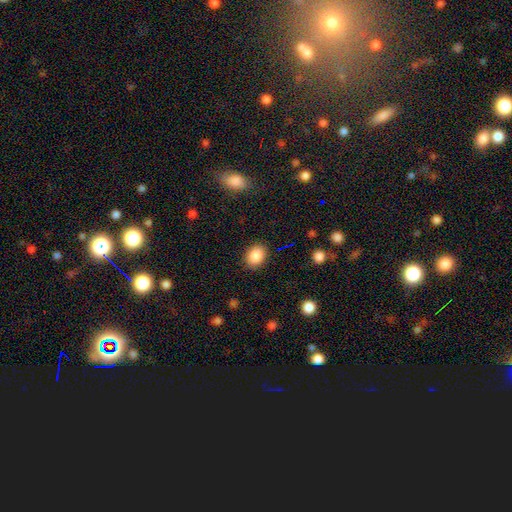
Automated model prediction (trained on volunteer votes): smooth-or-featured: smooth: 87% | star or artifact: 8% | featured or disk: 4%
  how-rounded: in between: 63% | round: 36% | cigar-shaped: 1%
  merging: none: 87% | minor disturbance: 9% | major disturbance: 3% | merger: 1%